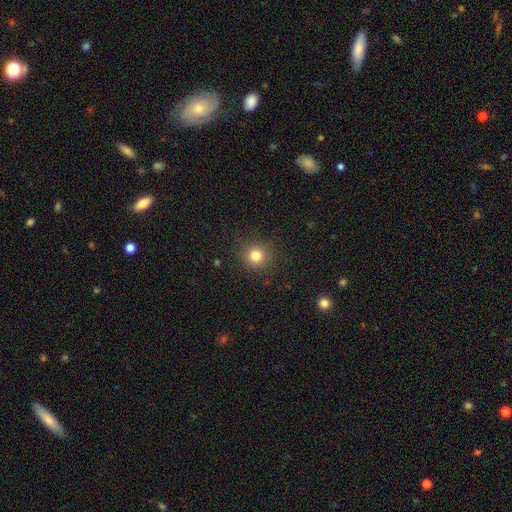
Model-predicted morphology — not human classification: The model was most divided on "smooth or featured": smooth: 80%, star or artifact: 13%, featured or disk: 6%. More confident: how rounded — round (93%); merging — none (89%).